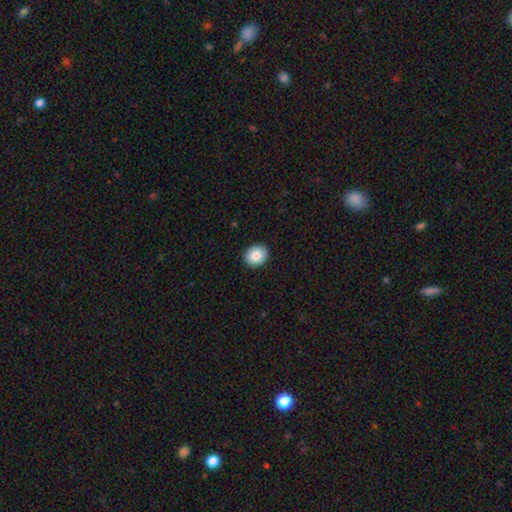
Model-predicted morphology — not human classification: A smooth galaxy with no disk features (84%) that is round (74%).

Vote fractions:
- Smooth or featured? smooth: 84% / star or artifact: 8% / featured or disk: 8%
- How rounded? round: 74% / in between: 25% / cigar-shaped: 1%
- Merging? none: 92% / minor disturbance: 6% / major disturbance: 2% / merger: 1%